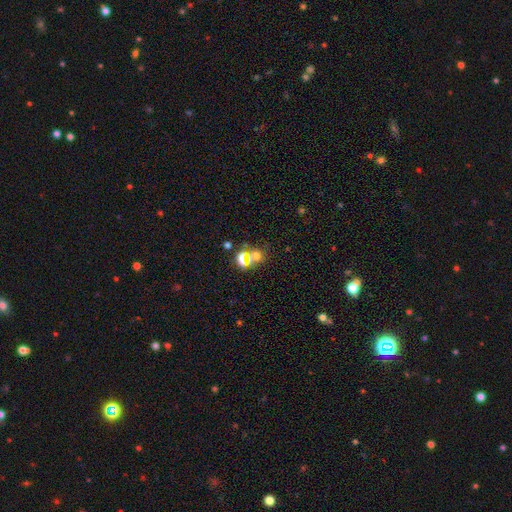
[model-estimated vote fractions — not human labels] smooth_or_featured: smooth (p=0.52) [alt: star or artifact p=0.34]
how_rounded: round (p=0.68) [alt: in between p=0.30]
merging: none (p=0.48) [alt: merger p=0.39]